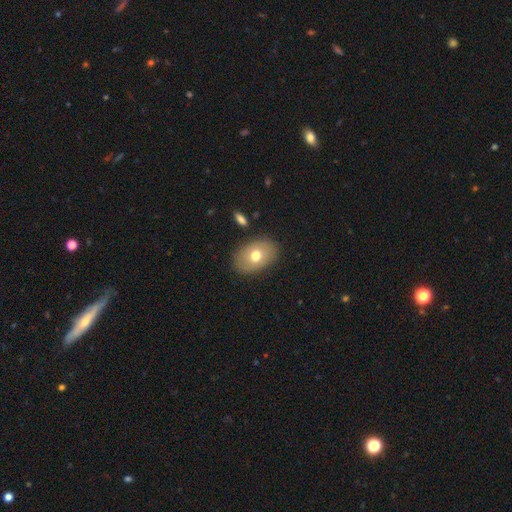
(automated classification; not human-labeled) The model was most divided on "smooth or featured": smooth: 68%, featured or disk: 25%, star or artifact: 8%. More confident: merging — none (83%); how rounded — in between (82%).